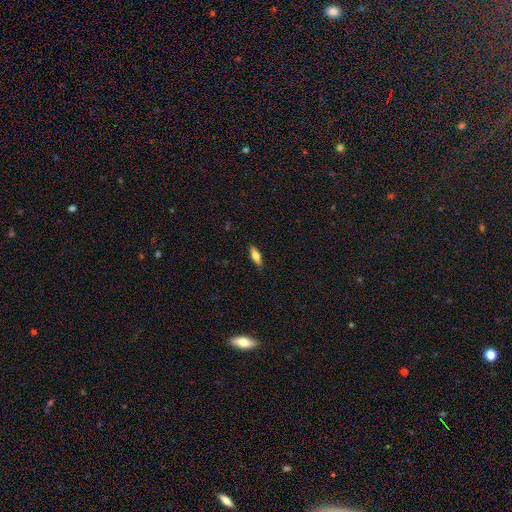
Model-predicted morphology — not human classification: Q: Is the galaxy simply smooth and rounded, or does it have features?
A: smooth — 60%.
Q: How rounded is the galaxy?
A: in between — 54%.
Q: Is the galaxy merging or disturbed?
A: none — 88%.